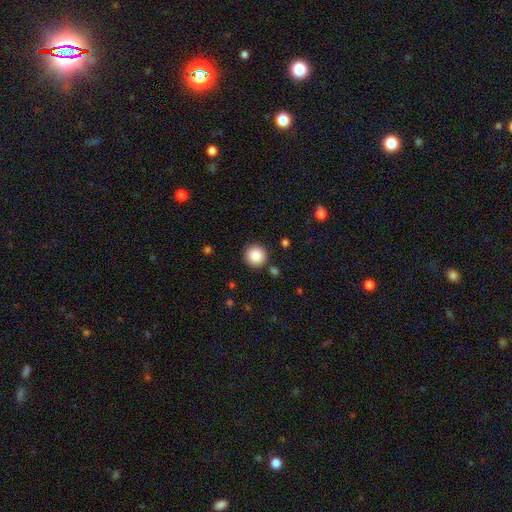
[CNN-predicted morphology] A smooth galaxy with no disk features (86%) that is round (96%).

Vote fractions:
- Smooth or featured? smooth: 86% / star or artifact: 9% / featured or disk: 5%
- How rounded? round: 96% / in between: 3% / cigar-shaped: 1%
- Merging? none: 90% / minor disturbance: 6% / merger: 2% / major disturbance: 2%